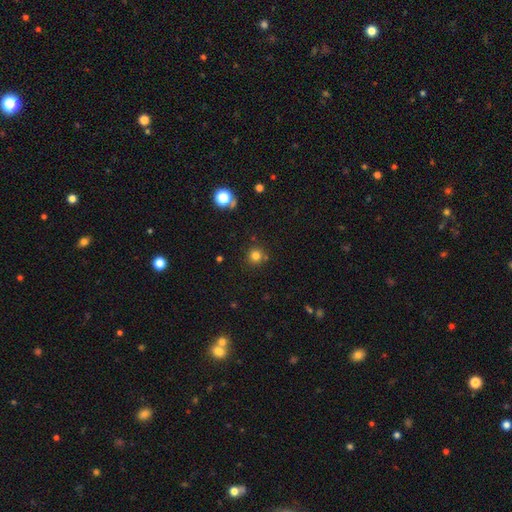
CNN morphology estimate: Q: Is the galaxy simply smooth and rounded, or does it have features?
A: smooth — 79%.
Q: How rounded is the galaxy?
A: round — 94%.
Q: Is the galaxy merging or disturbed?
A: none — 84%.